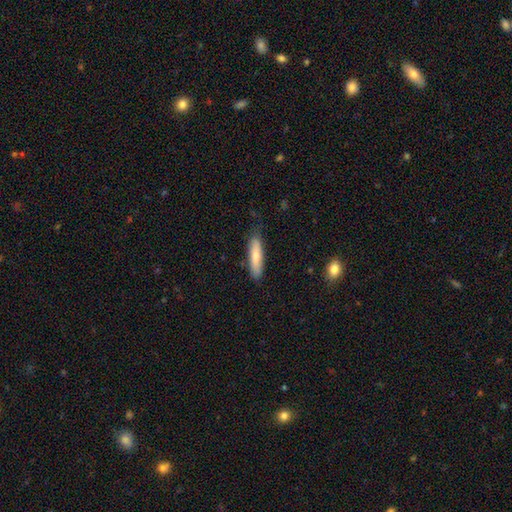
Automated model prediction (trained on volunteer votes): A smooth galaxy with no disk features (76%) that is cigar-shaped (75%). Merging: none (79%).